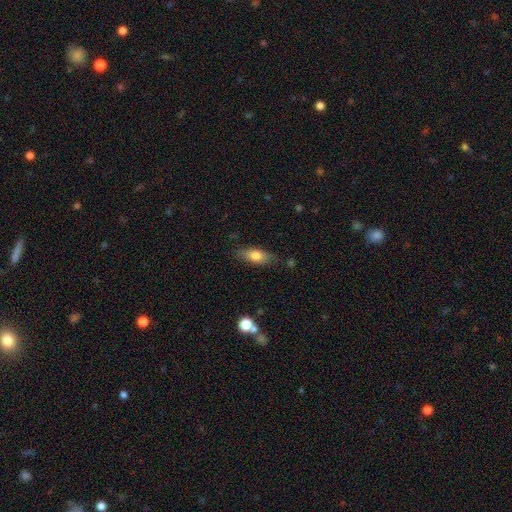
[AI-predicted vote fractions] smooth-or-featured: smooth: 75% | featured or disk: 18% | star or artifact: 7%
  how-rounded: in between: 76% | cigar-shaped: 20% | round: 4%
  merging: none: 80% | minor disturbance: 15% | major disturbance: 3% | merger: 2%